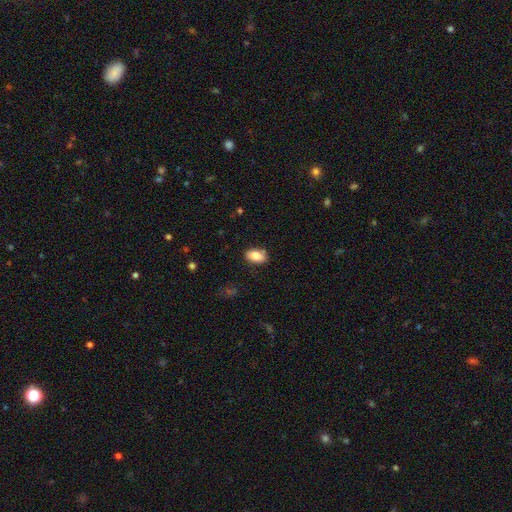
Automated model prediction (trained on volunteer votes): Smooth or featured? Predicted: smooth (p=0.81). How rounded? Predicted: in between (p=0.91). Merging? Predicted: none (p=0.84).